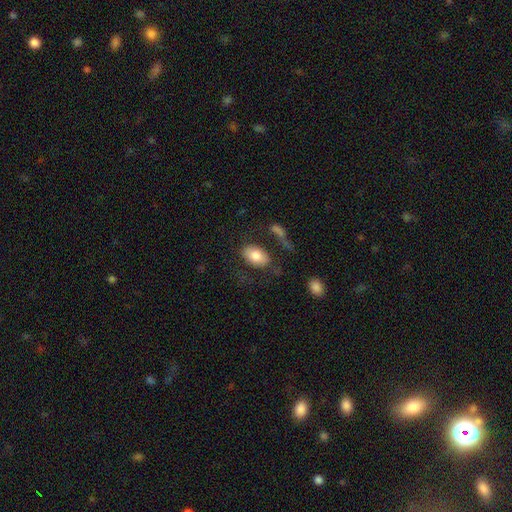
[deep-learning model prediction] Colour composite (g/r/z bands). It shows a smooth galaxy with no disk features (79%) that is in between round and cigar-shaped (91%). Merging: none (70%).